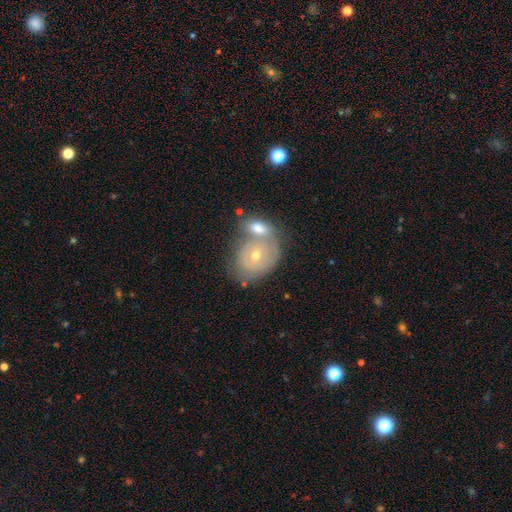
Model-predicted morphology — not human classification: This is likely a featured or disk galaxy (62%). It is clearly not viewed edge-on (95%). Bar: likely no (79%). Spiral arm pattern: possibly yes (58%). Central bulge: possibly small (50%). Merging: possibly merger (50%).